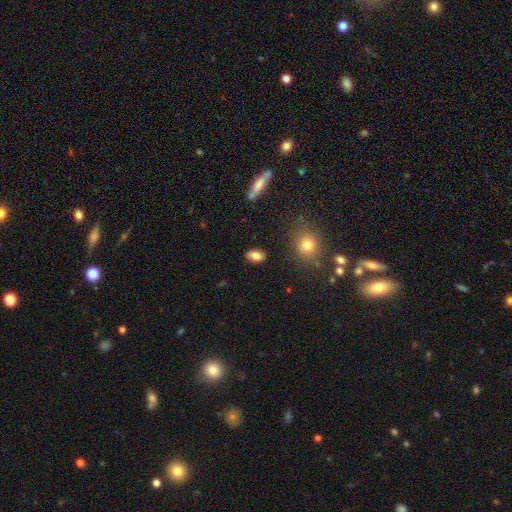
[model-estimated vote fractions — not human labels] Smooth or featured?
  - smooth: 81% *
  - featured or disk: 11%
  - star or artifact: 9%
How rounded?
  - in between: 89% *
  - round: 8%
  - cigar-shaped: 3%
Merging?
  - none: 86% *
  - minor disturbance: 10%
  - major disturbance: 2%
  - merger: 2%